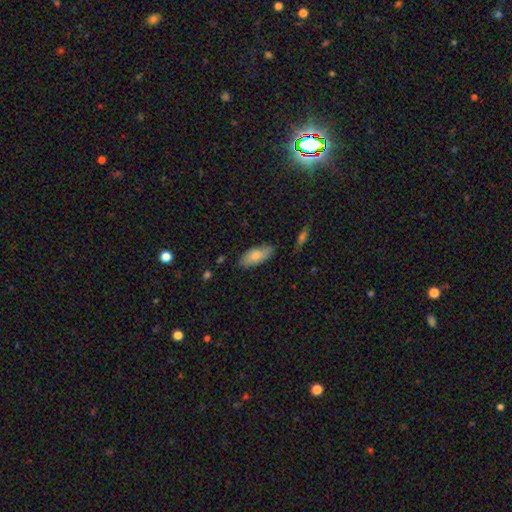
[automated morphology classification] Smooth or featured?
  - smooth: 77% *
  - featured or disk: 17%
  - star or artifact: 6%
How rounded?
  - in between: 87% *
  - cigar-shaped: 11%
  - round: 2%
Merging?
  - none: 78% *
  - minor disturbance: 18%
  - major disturbance: 3%
  - merger: 2%